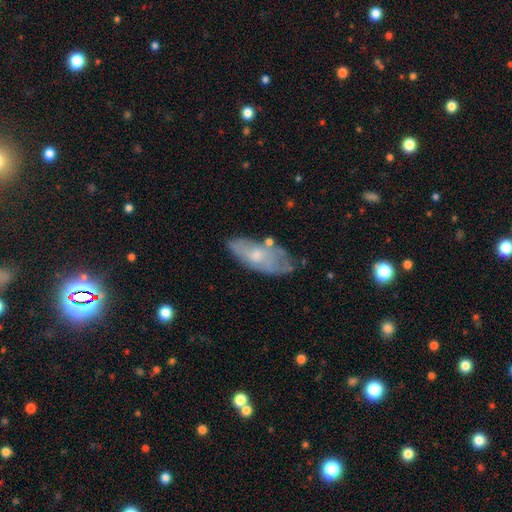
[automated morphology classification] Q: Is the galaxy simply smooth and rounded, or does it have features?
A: smooth — 51%.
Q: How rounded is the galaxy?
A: in between — 82%.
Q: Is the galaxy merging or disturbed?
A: none — 60%.